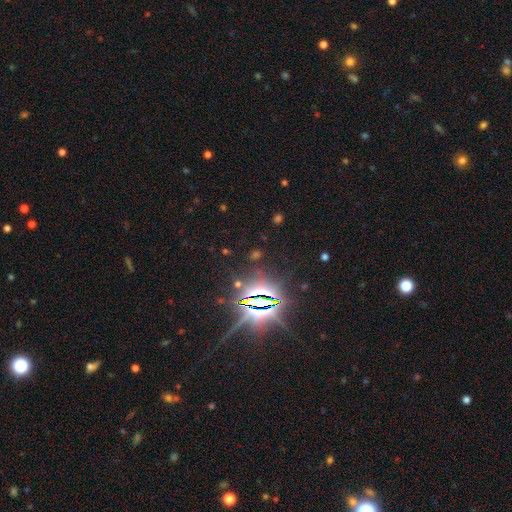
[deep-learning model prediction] A star or artifact, not a galaxy (80%).

Vote fractions:
- Smooth or featured? star or artifact: 80% / smooth: 11% / featured or disk: 9%